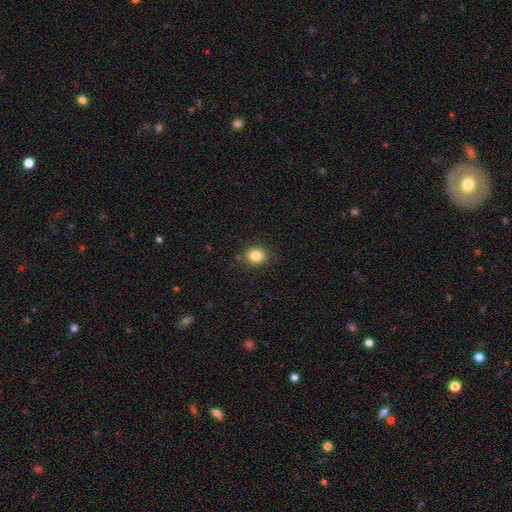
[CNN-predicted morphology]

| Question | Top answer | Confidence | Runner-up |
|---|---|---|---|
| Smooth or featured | smooth | 83% | star or artifact (11%) |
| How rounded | round | 71% | in between (28%) |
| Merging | none | 85% | minor disturbance (11%) |